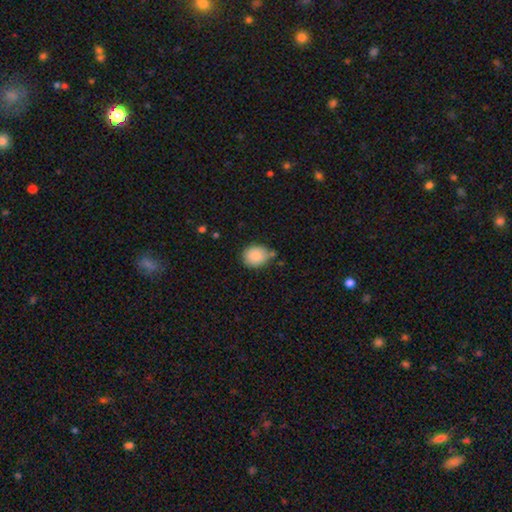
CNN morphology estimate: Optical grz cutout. It shows a smooth galaxy with no disk features (87%) that is round (61%). Merging: none (69%).